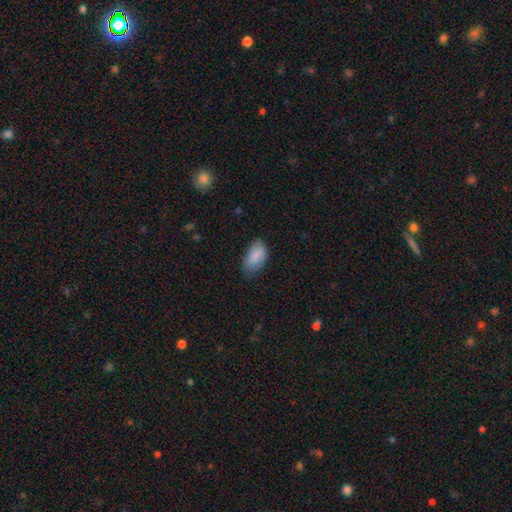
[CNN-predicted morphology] A smooth galaxy with no disk features (86%) that is in between round and cigar-shaped (94%). Merging: none (66%).